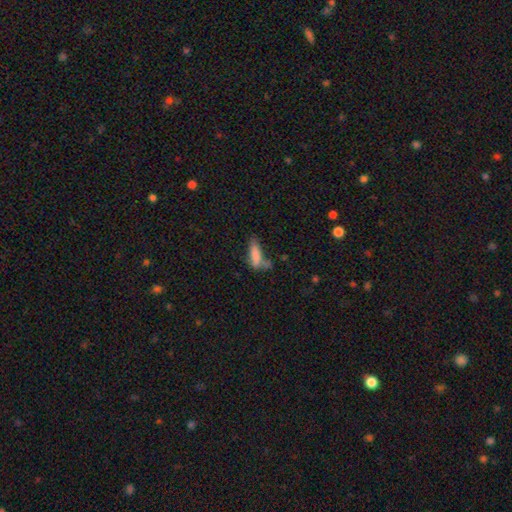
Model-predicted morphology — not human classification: Smooth or featured?
  - smooth: 78% *
  - featured or disk: 13%
  - star or artifact: 10%
How rounded?
  - cigar-shaped: 50% *
  - in between: 47%
  - round: 2%
Merging?
  - none: 38% *
  - minor disturbance: 27%
  - major disturbance: 18%
  - merger: 17%